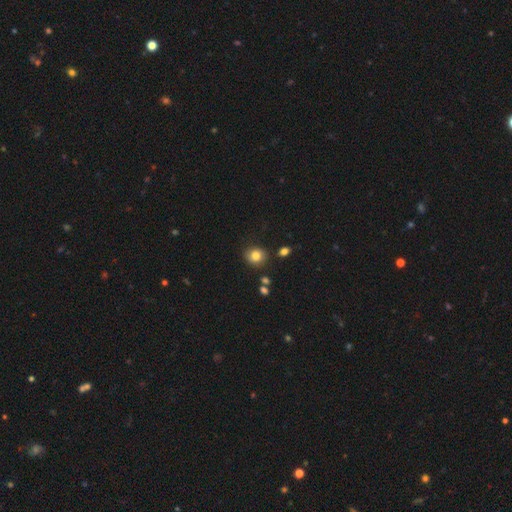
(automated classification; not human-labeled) Smooth or featured: smooth — 81% (star or artifact — 10%)
How rounded: round — 73% (in between — 26%)
Merging: none — 79% (minor disturbance — 14%)